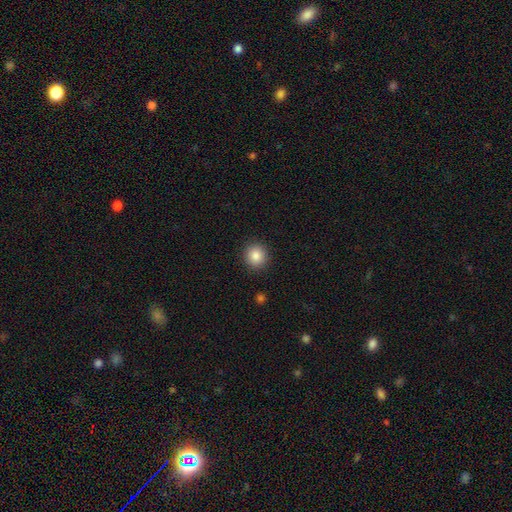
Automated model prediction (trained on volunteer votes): Smooth or featured? smooth (85%)
How rounded? round (91%)
Merging? none (91%)